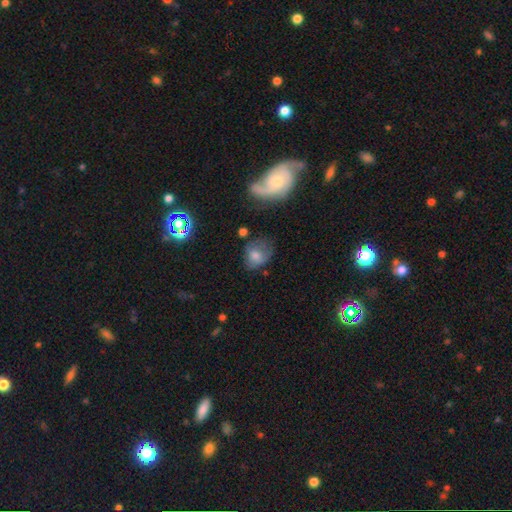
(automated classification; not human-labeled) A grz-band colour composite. It shows a smooth galaxy with no disk features (66%) that is in between round and cigar-shaped (54%). Merging: none (47%).